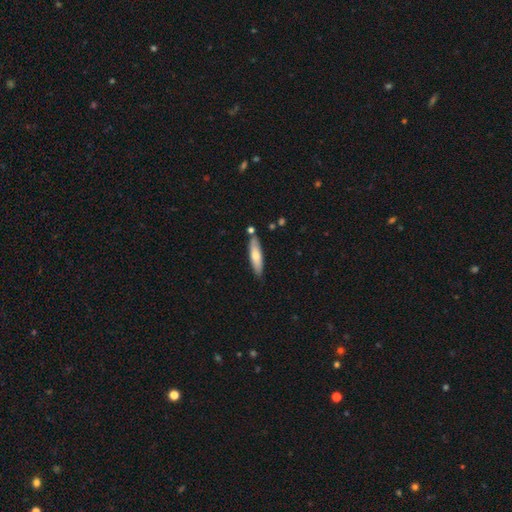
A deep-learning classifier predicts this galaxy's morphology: Q: Smooth or featured?
A: smooth (63%); runner-up: featured or disk (31%)
Q: How rounded?
A: cigar-shaped (70%); runner-up: in between (28%)
Q: Merging?
A: none (79%); runner-up: minor disturbance (13%)